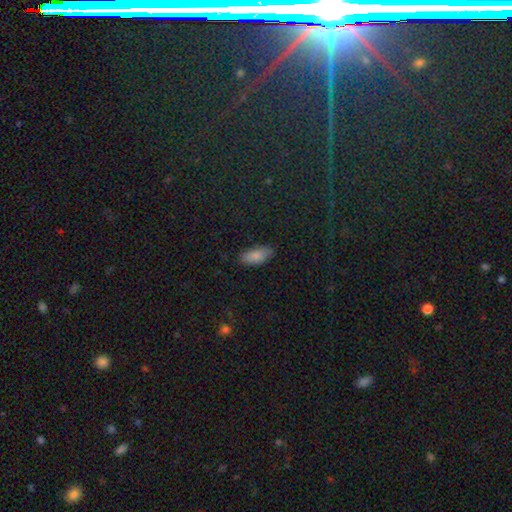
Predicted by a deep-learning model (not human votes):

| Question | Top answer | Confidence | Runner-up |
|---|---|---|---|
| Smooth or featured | smooth | 85% | star or artifact (8%) |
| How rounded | in between | 88% | cigar-shaped (10%) |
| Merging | none | 83% | minor disturbance (13%) |